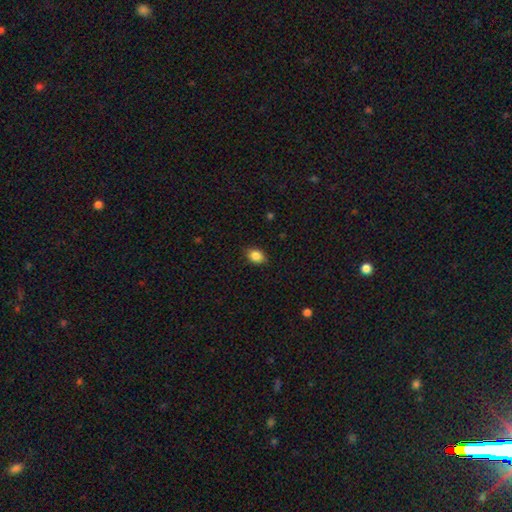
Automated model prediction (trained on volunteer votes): Q: Smooth or featured?
A: smooth (86%); runner-up: star or artifact (9%)
Q: How rounded?
A: in between (70%); runner-up: round (29%)
Q: Merging?
A: none (86%); runner-up: minor disturbance (10%)